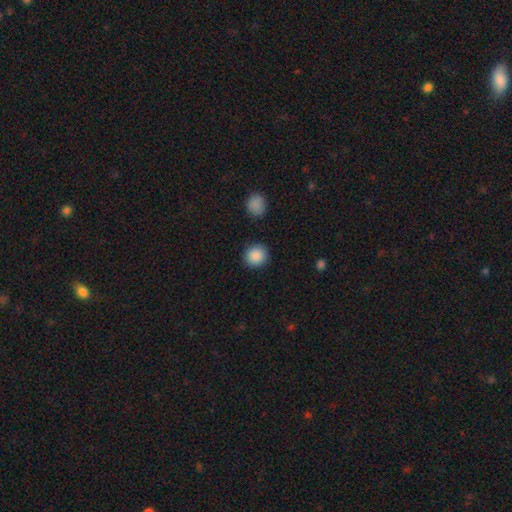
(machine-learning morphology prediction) The model was most divided on "smooth or featured": smooth: 89%, star or artifact: 8%, featured or disk: 3%. More confident: how rounded — round (92%); merging — none (90%).